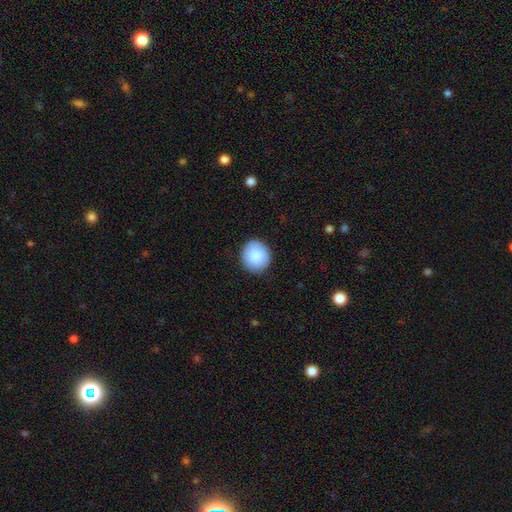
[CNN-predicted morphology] This appears to be a smooth galaxy with no disk features (87%) that is round (92%). Merging: none (90%).